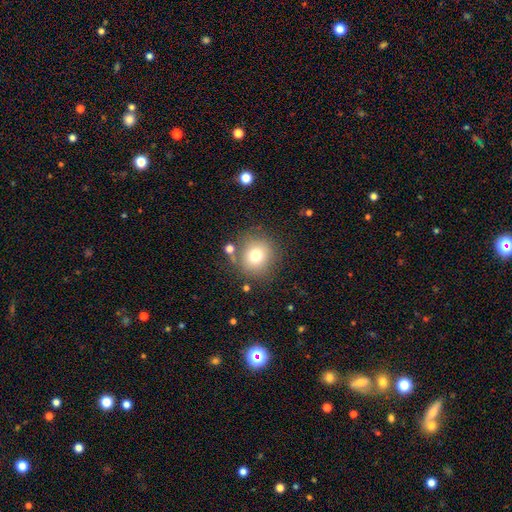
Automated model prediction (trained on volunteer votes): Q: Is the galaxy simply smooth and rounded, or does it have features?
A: smooth — 74%.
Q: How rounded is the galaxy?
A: round — 89%.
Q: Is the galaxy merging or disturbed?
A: none — 78%.